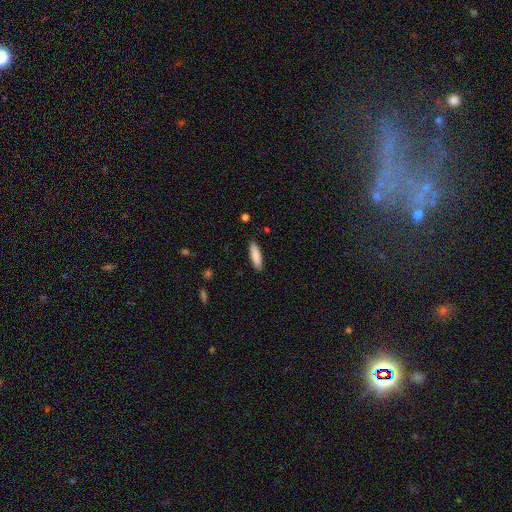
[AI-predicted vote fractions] Smooth or featured?
  - smooth: 86% *
  - featured or disk: 8%
  - star or artifact: 6%
How rounded?
  - cigar-shaped: 73% *
  - in between: 26%
  - round: 1%
Merging?
  - none: 89% *
  - minor disturbance: 8%
  - major disturbance: 2%
  - merger: 1%